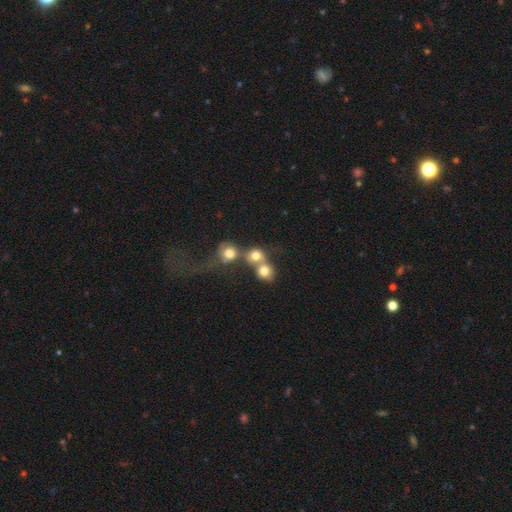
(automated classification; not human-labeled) This is likely a smooth galaxy (73%). How rounded: likely round (80%). Merging: possibly merger (59%).